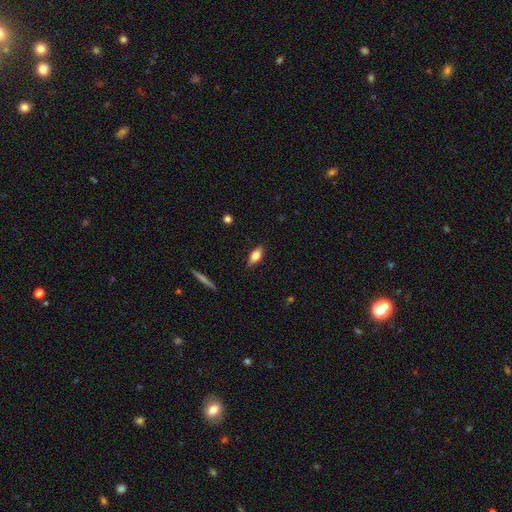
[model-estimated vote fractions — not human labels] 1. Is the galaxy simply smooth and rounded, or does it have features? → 68% smooth, 25% featured or disk, 8% star or artifact.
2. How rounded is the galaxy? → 76% in between, 20% cigar-shaped, 4% round.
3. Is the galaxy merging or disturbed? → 86% none, 11% minor disturbance, 2% major disturbance, 1% merger.